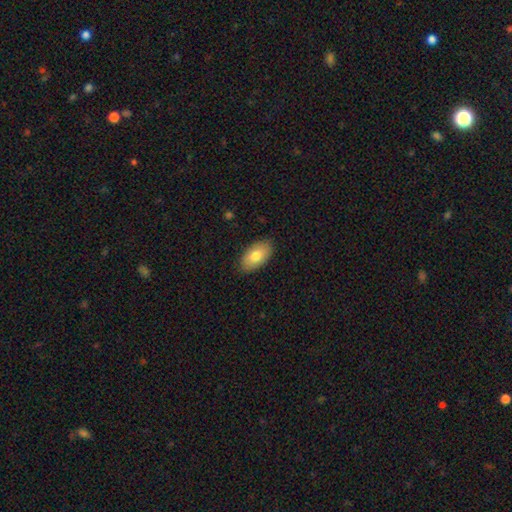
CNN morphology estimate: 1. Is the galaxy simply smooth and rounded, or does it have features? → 78% smooth, 16% featured or disk, 6% star or artifact.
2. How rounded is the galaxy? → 94% in between, 4% round, 2% cigar-shaped.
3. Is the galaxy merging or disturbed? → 87% none, 10% minor disturbance, 2% major disturbance, 1% merger.